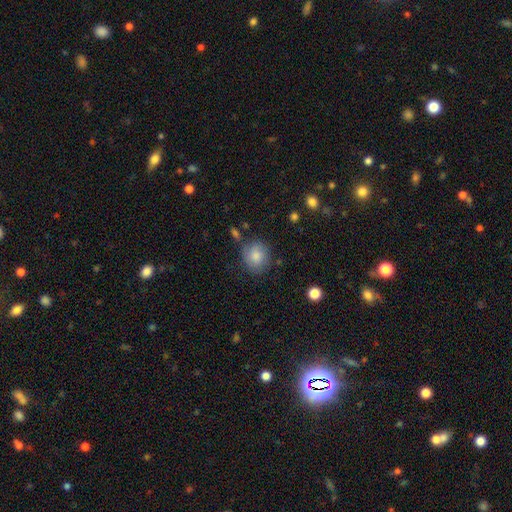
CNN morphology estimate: Smooth or featured? smooth (83%)
How rounded? round (79%)
Merging? none (74%)